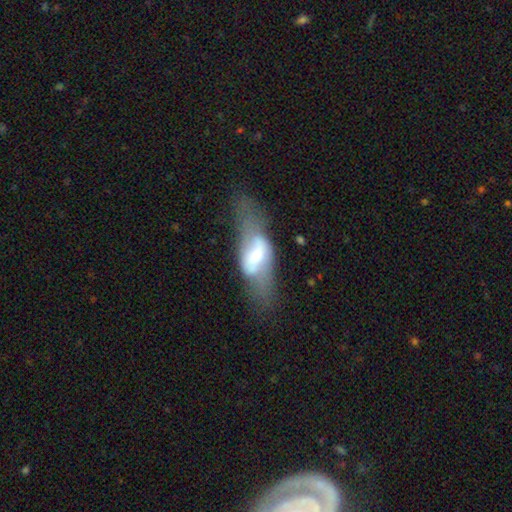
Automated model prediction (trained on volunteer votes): Q: Smooth or featured?
A: featured or disk (64%); runner-up: smooth (29%)
Q: Edge-on disk?
A: no (74%); runner-up: yes (26%)
Q: Merging?
A: none (48%); runner-up: minor disturbance (24%)